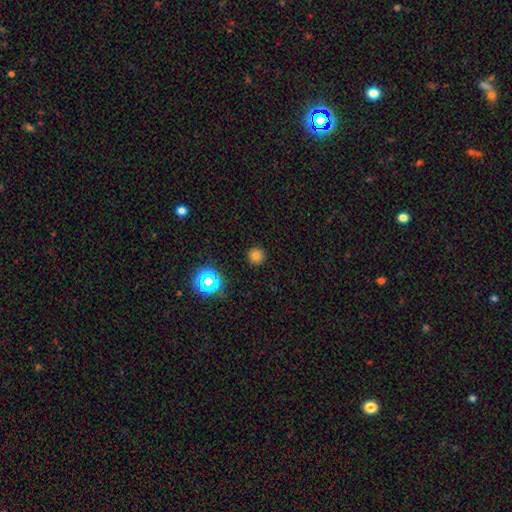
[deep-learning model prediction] Smooth or featured? smooth (74%)
How rounded? round (94%)
Merging? none (90%)